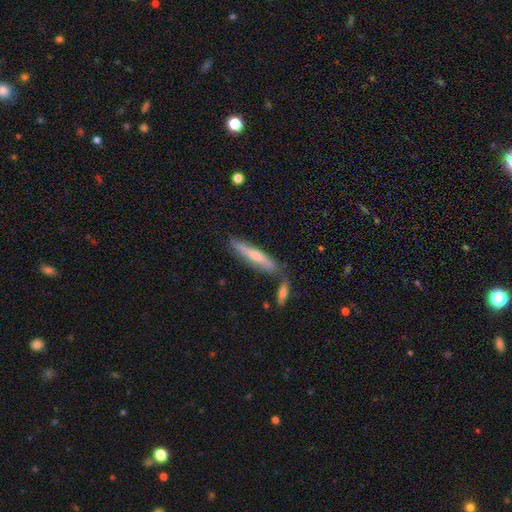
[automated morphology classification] smooth 50%, featured or disk 45%, star or artifact 6%. Down the decision tree: merging — none (67%).